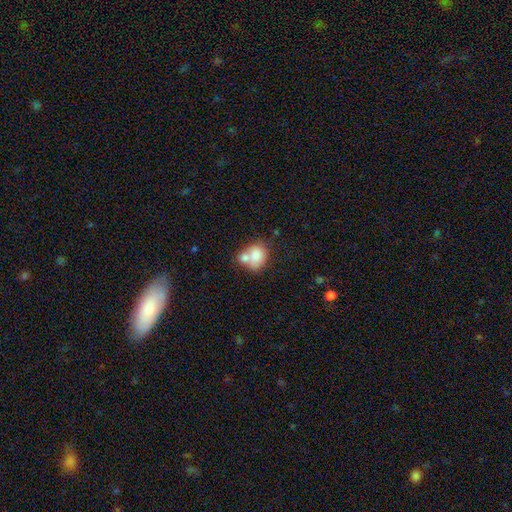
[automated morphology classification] smooth_or_featured: smooth (p=0.78) [alt: featured or disk p=0.14]
how_rounded: round (p=0.52) [alt: in between p=0.47]
merging: merger (p=0.53) [alt: none p=0.32]